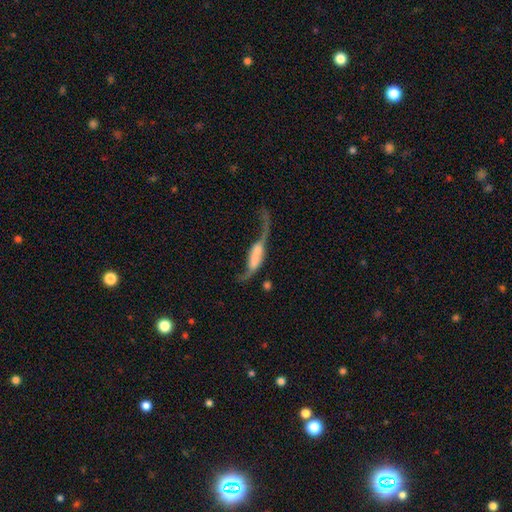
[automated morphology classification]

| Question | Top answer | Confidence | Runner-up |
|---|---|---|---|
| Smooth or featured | featured or disk | 59% | smooth (32%) |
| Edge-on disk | no | 74% | yes (26%) |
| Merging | major disturbance | 37% | merger (35%) |